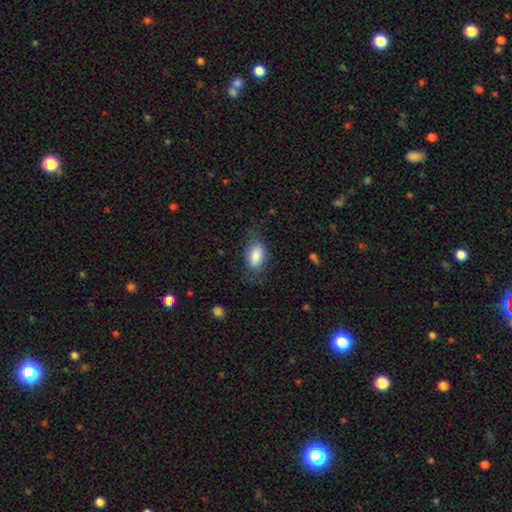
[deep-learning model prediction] Smooth or featured?
  - smooth: 82% *
  - featured or disk: 12%
  - star or artifact: 6%
How rounded?
  - in between: 91% *
  - round: 6%
  - cigar-shaped: 3%
Merging?
  - none: 61% *
  - minor disturbance: 25%
  - major disturbance: 13%
  - merger: 1%